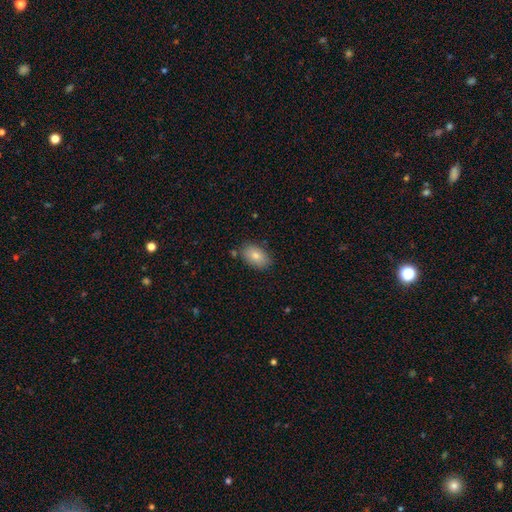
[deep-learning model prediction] Morphology: type=smooth (81%); roundness=in between (89%); merging=none (80%).